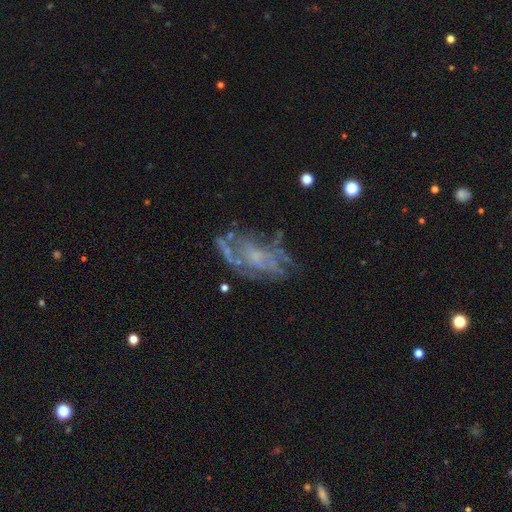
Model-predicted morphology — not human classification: Smooth or featured? featured or disk (71%)
Edge-on disk? no (94%)
Bar? no (73%)
Spiral arms? yes (64%)
Bulge size? small (53%)
Merging? none (59%)